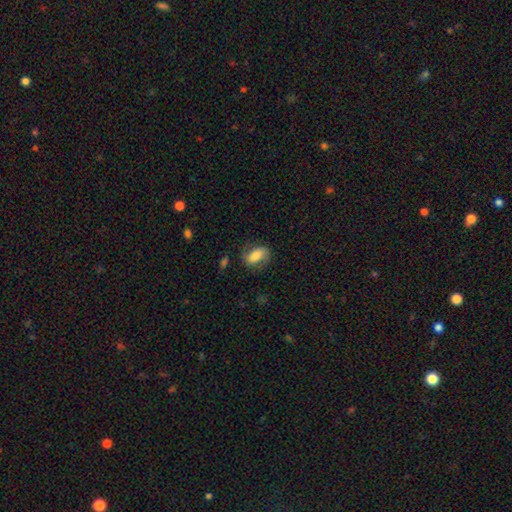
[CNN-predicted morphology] Smooth or featured?
  - smooth: 56% *
  - featured or disk: 36%
  - star or artifact: 8%
How rounded?
  - in between: 83% *
  - round: 13%
  - cigar-shaped: 4%
Merging?
  - none: 69% *
  - minor disturbance: 19%
  - major disturbance: 10%
  - merger: 2%